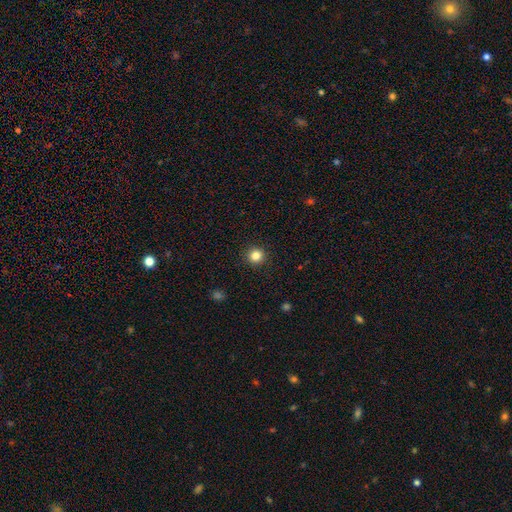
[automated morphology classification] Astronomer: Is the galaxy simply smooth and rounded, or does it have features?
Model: smooth — 83%.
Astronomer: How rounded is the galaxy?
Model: round — 95%.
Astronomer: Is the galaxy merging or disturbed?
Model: none — 93%.